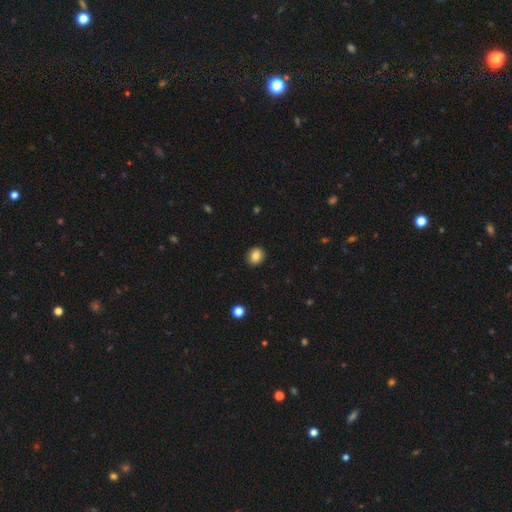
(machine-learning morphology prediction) Smooth or featured?
  - smooth: 84% *
  - star or artifact: 9%
  - featured or disk: 7%
How rounded?
  - round: 69% *
  - in between: 30%
  - cigar-shaped: 1%
Merging?
  - none: 90% *
  - minor disturbance: 7%
  - major disturbance: 2%
  - merger: 1%